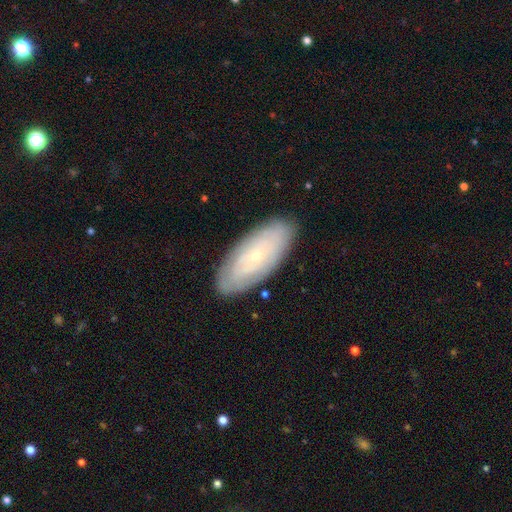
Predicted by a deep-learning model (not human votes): smooth_or_featured: featured or disk (p=0.55) [alt: smooth p=0.38]
disk_edge_on: no (p=0.87) [alt: yes p=0.13]
merging: none (p=0.84) [alt: minor disturbance p=0.12]